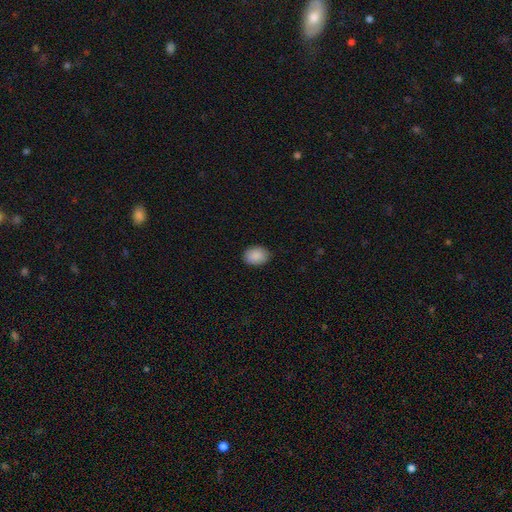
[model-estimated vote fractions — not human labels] A smooth galaxy with no disk features (90%) that is in between round and cigar-shaped (65%).

Vote fractions:
- Smooth or featured? smooth: 90% / star or artifact: 7% / featured or disk: 3%
- How rounded? in between: 65% / round: 34% / cigar-shaped: 1%
- Merging? none: 85% / minor disturbance: 12% / major disturbance: 2% / merger: 1%